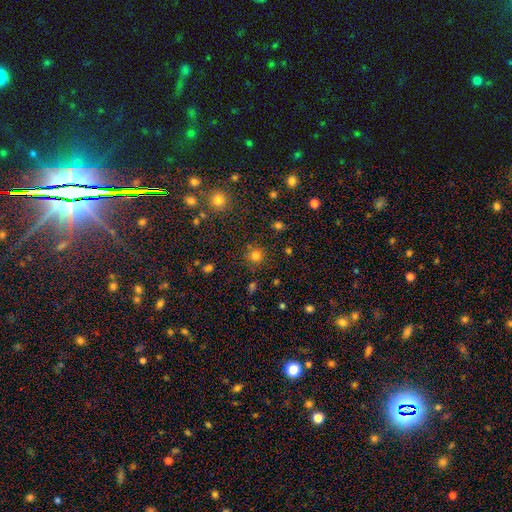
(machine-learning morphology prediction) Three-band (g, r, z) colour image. It shows a smooth galaxy with no disk features (77%) that is round (94%). Merging: none (87%).